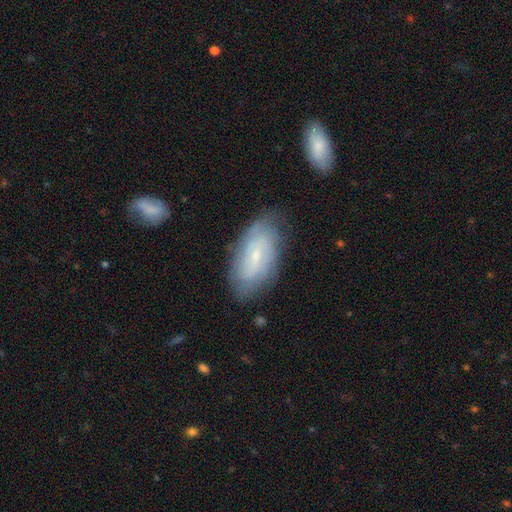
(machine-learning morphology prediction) This is possibly a featured or disk galaxy (55%). It is clearly not viewed edge-on (93%). Bar: possibly no (45%, tied with weak). Spiral arm pattern: clearly yes (81%). Central bulge: likely small (74%). Merging: likely none (74%).